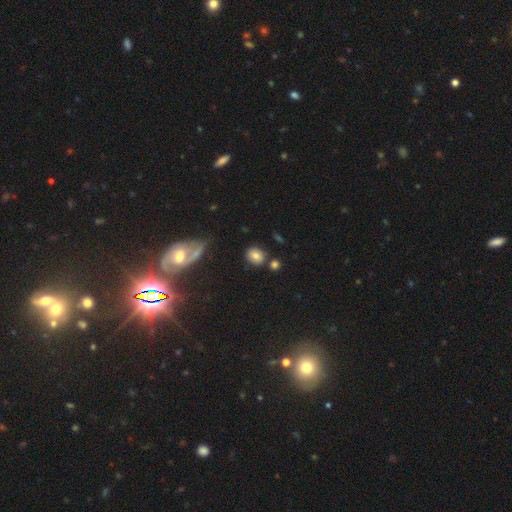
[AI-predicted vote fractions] A smooth galaxy with no disk features (74%) that is round (63%). Merging: none (76%).